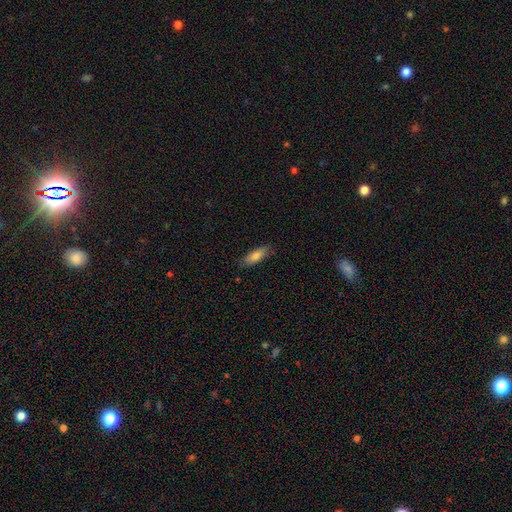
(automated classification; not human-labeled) Q: Smooth or featured?
A: smooth (78%); runner-up: featured or disk (16%)
Q: How rounded?
A: in between (52%); runner-up: cigar-shaped (46%)
Q: Merging?
A: none (83%); runner-up: minor disturbance (13%)